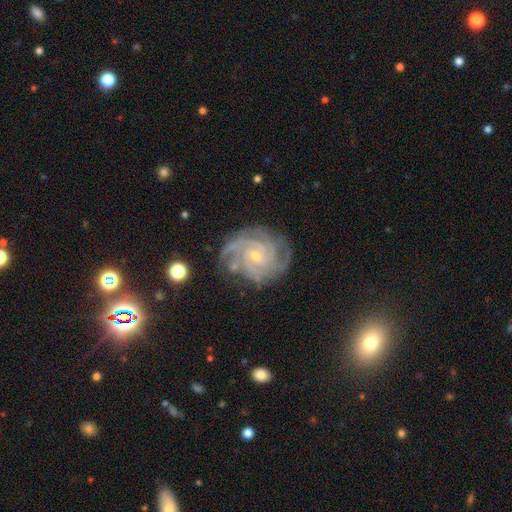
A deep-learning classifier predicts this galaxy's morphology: Smooth or featured?
  - featured or disk: 89% *
  - star or artifact: 6%
  - smooth: 5%
Edge-on disk?
  - no: 98% *
  - yes: 2%
Bar?
  - no: 65% *
  - weak: 27%
  - strong: 8%
Spiral arms?
  - yes: 98% *
  - no: 2%
Spiral winding?
  - tight: 72% *
  - medium: 25%
  - loose: 4%
Spiral arm count?
  - 4: 33% *
  - 3: 23%
  - can't tell: 16%
  - more than 4: 11%
  - 2: 10%
  - 1: 7%
Bulge size?
  - small: 75% *
  - moderate: 21%
  - none: 1%
  - large: 1%
  - dominant: 1%
Merging?
  - none: 75% *
  - minor disturbance: 17%
  - major disturbance: 6%
  - merger: 2%